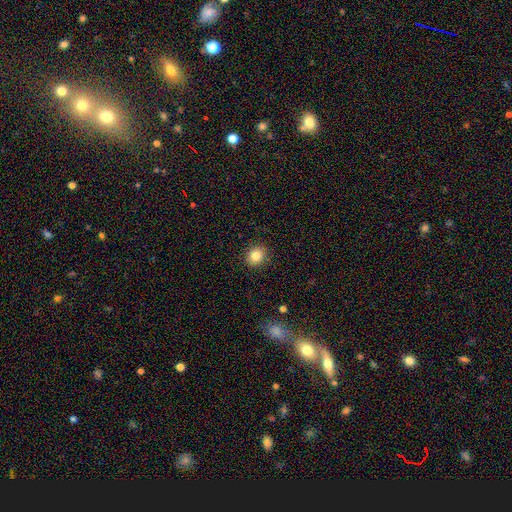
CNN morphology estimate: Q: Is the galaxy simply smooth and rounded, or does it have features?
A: smooth — 83%.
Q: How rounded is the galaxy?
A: round — 71%.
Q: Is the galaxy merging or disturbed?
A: none — 90%.